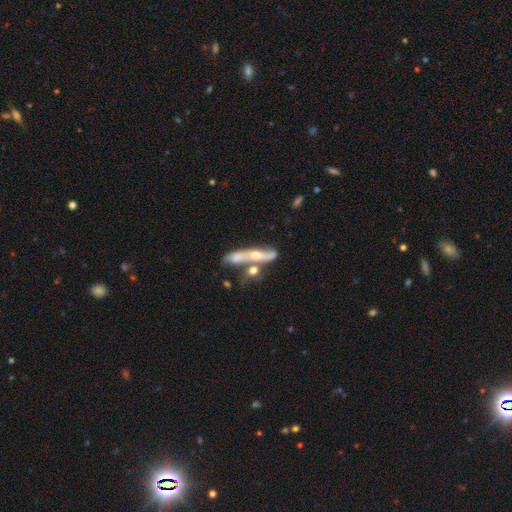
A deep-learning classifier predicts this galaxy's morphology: Q: Smooth or featured?
A: featured or disk (57%); runner-up: smooth (36%)
Q: Edge-on disk?
A: yes (50%); tied with: no (50%)
Q: Merging?
A: merger (39%); runner-up: none (34%)